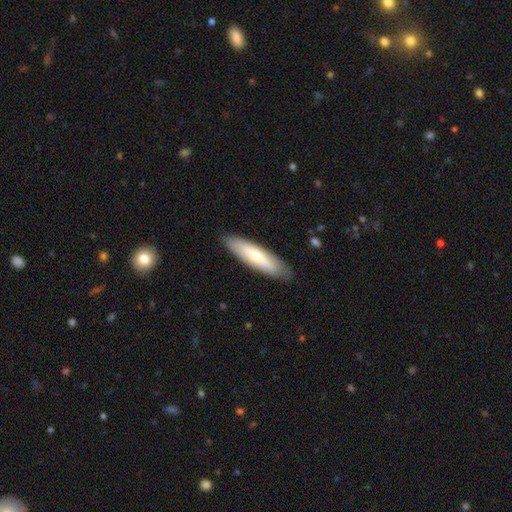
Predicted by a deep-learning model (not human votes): Smooth or featured?
  - smooth: 62% *
  - featured or disk: 33%
  - star or artifact: 5%
How rounded?
  - cigar-shaped: 67% *
  - in between: 31%
  - round: 1%
Merging?
  - none: 86% *
  - minor disturbance: 10%
  - major disturbance: 2%
  - merger: 1%